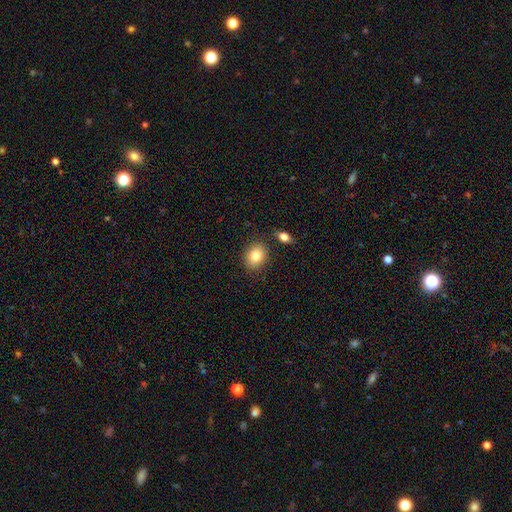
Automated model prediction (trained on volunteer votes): A smooth galaxy with no disk features (83%) that is in between round and cigar-shaped (55%).

Vote fractions:
- Smooth or featured? smooth: 83% / featured or disk: 9% / star or artifact: 8%
- How rounded? in between: 55% / round: 44% / cigar-shaped: 1%
- Merging? none: 82% / minor disturbance: 10% / merger: 5% / major disturbance: 3%